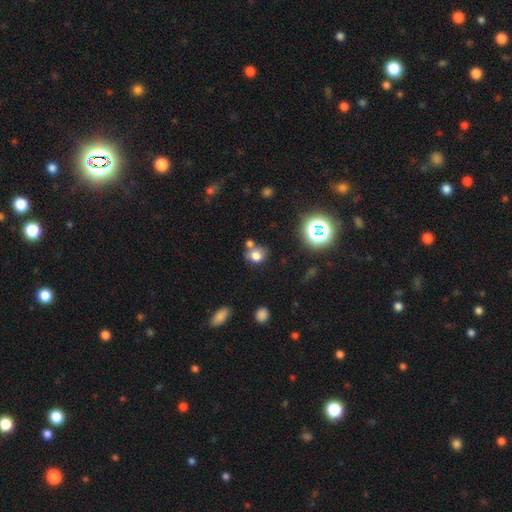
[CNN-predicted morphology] Overall: smooth (75%). How rounded: round (69%; in between 30%). Merging: none (58%; merger 23%).